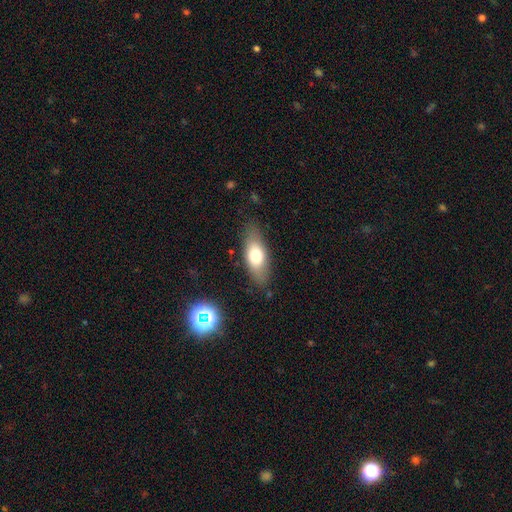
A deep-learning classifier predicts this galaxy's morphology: Smooth or featured: smooth — 69% (featured or disk — 24%)
How rounded: in between — 79% (cigar-shaped — 18%)
Merging: none — 82% (minor disturbance — 13%)